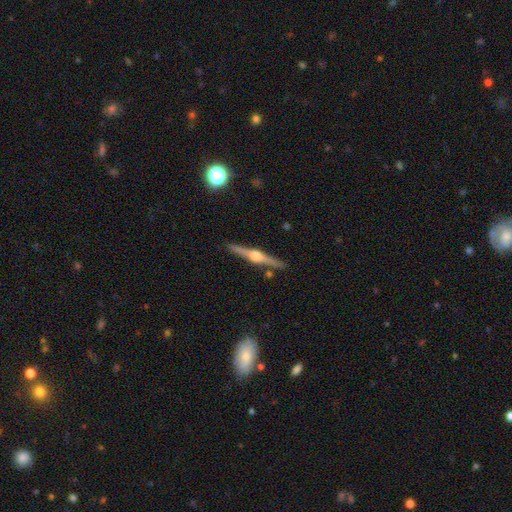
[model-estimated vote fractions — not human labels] Smooth or featured?
  - featured or disk: 81% *
  - smooth: 14%
  - star or artifact: 5%
Edge-on disk?
  - yes: 98% *
  - no: 2%
Edge-on bulge?
  - rounded: 93% *
  - boxy: 5%
  - none: 2%
Merging?
  - none: 89% *
  - minor disturbance: 7%
  - merger: 2%
  - major disturbance: 2%